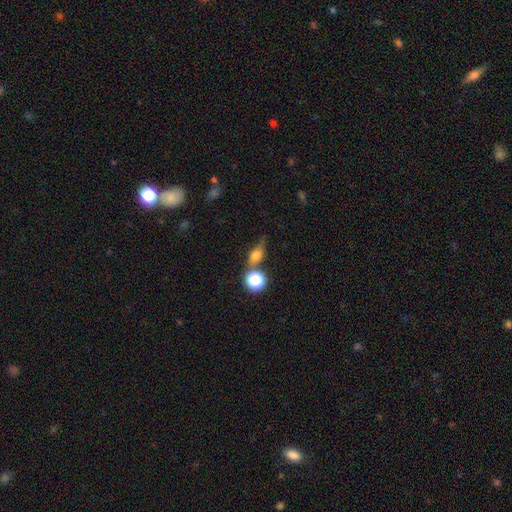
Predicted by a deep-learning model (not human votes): The model was most divided on "how rounded": in between: 56%, round: 32%, cigar-shaped: 12%. More confident: smooth or featured — smooth (63%); merging — none (56%).